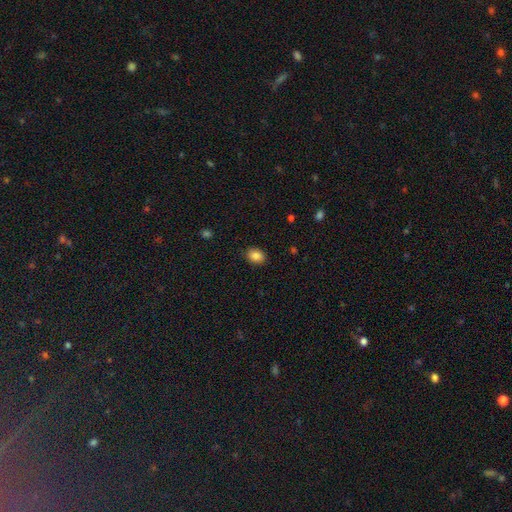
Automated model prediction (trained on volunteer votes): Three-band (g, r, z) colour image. It shows a smooth galaxy with no disk features (86%) that is in between round and cigar-shaped (61%). Merging: none (88%).